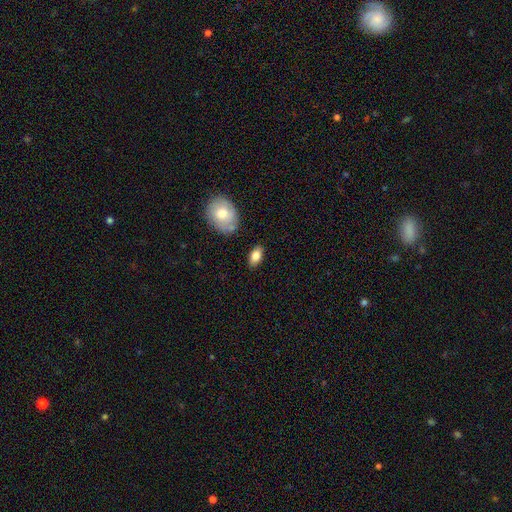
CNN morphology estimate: Overall: smooth (82%). How rounded: in between (91%). Merging: none (82%).